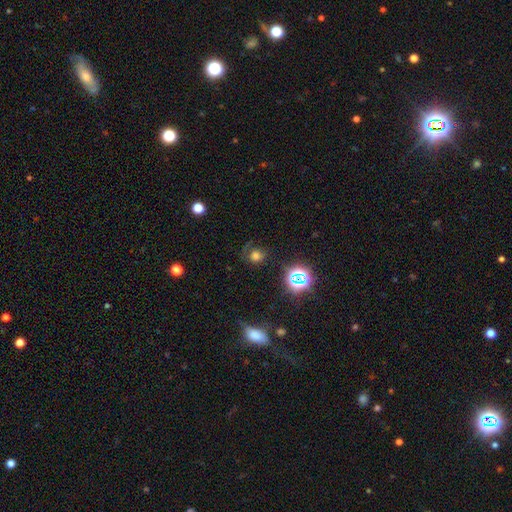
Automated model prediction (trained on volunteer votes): Smooth or featured? smooth (61%)
How rounded? round (74%)
Merging? none (58%)